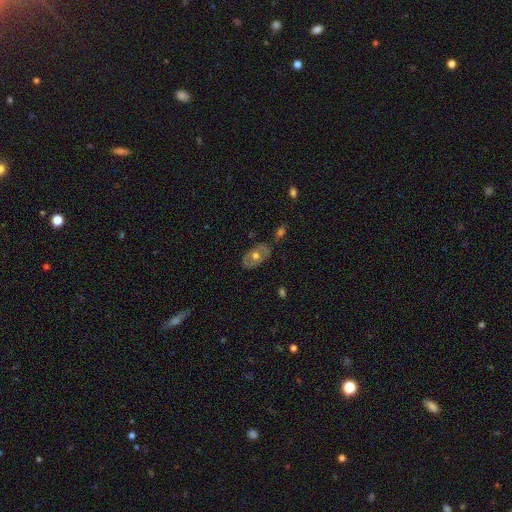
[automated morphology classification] type=featured or disk (57%); edge-on=no (90%); bar=no (82%); spiral arms=no (74%); bulge=moderate (74%); merging=none (77%).